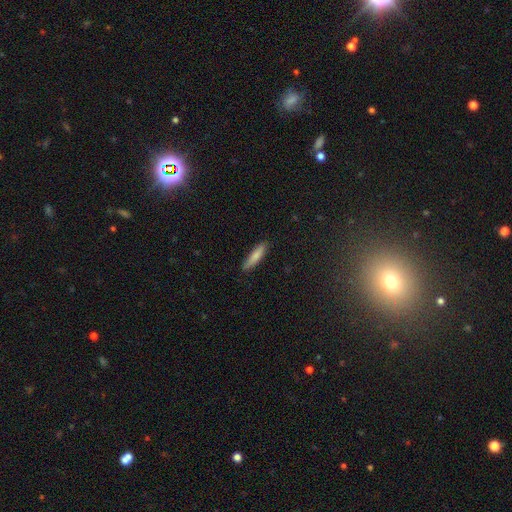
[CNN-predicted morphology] smooth 80%, featured or disk 14%, star or artifact 6%. Down the decision tree: how rounded — cigar-shaped (82%); merging — none (87%).